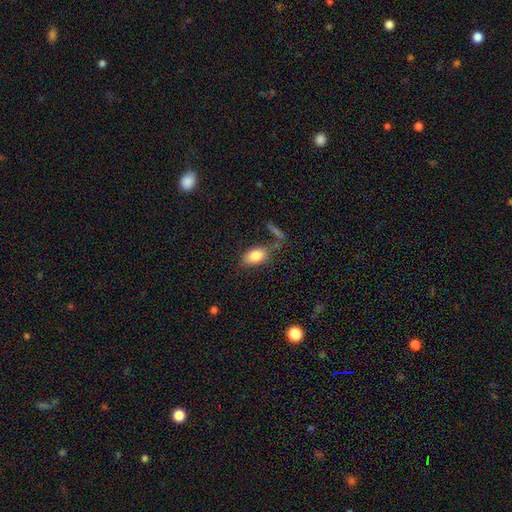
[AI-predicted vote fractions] Smooth or featured? Predicted: smooth (p=0.83). How rounded? Predicted: in between (p=0.90). Merging? Predicted: none (p=0.66).